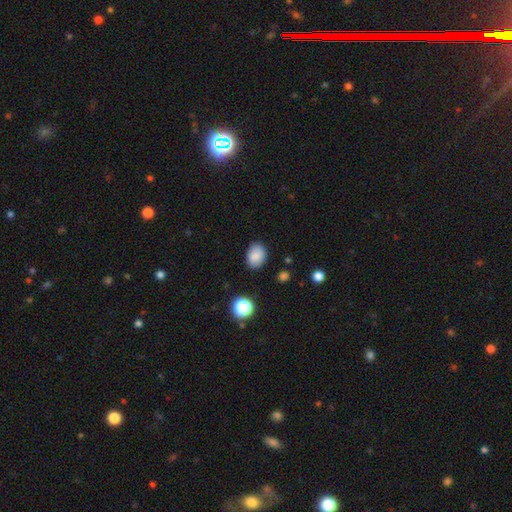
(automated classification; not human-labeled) Smooth or featured?
  - smooth: 86% *
  - star or artifact: 9%
  - featured or disk: 5%
How rounded?
  - in between: 71% *
  - round: 28%
  - cigar-shaped: 1%
Merging?
  - none: 84% *
  - minor disturbance: 12%
  - major disturbance: 3%
  - merger: 1%